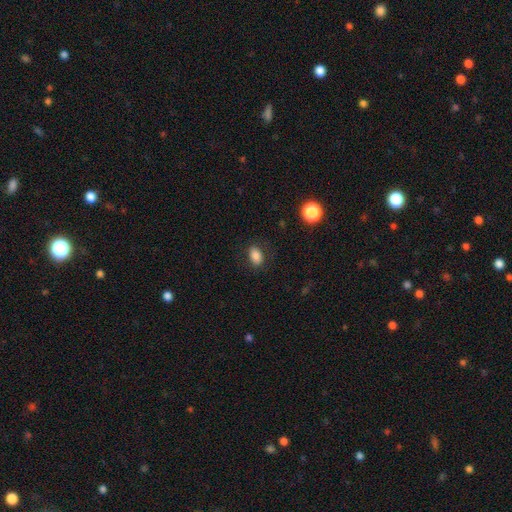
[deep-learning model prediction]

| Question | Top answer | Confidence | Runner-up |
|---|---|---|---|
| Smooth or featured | smooth | 83% | star or artifact (10%) |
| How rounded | in between | 84% | round (14%) |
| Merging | none | 83% | minor disturbance (12%) |